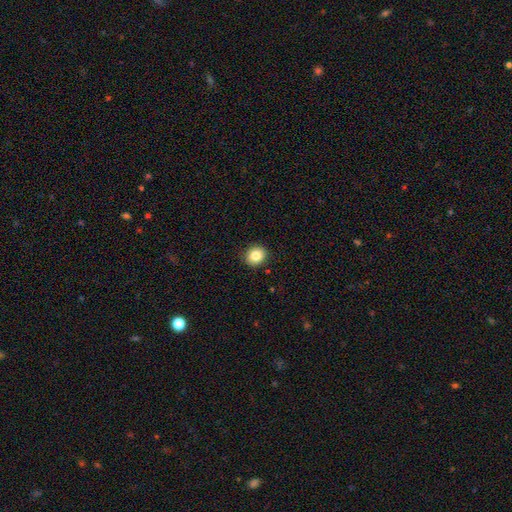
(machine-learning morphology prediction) The model was most divided on "how rounded": round: 76%, in between: 23%, cigar-shaped: 1%. More confident: merging — none (89%); smooth or featured — smooth (84%).